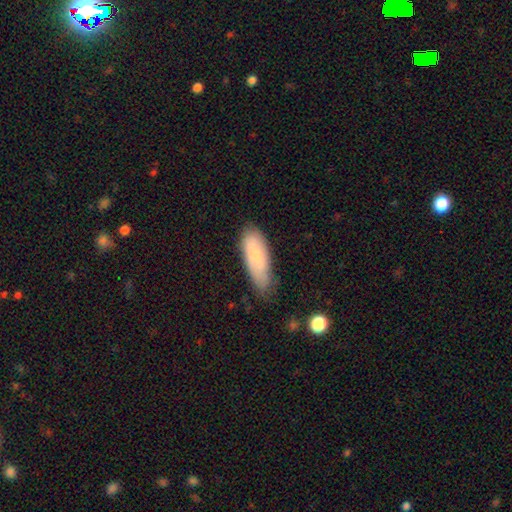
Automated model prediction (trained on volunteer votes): Smooth or featured?
  - smooth: 76% *
  - featured or disk: 17%
  - star or artifact: 7%
How rounded?
  - in between: 67% *
  - cigar-shaped: 31%
  - round: 2%
Merging?
  - none: 64% *
  - minor disturbance: 28%
  - major disturbance: 6%
  - merger: 2%